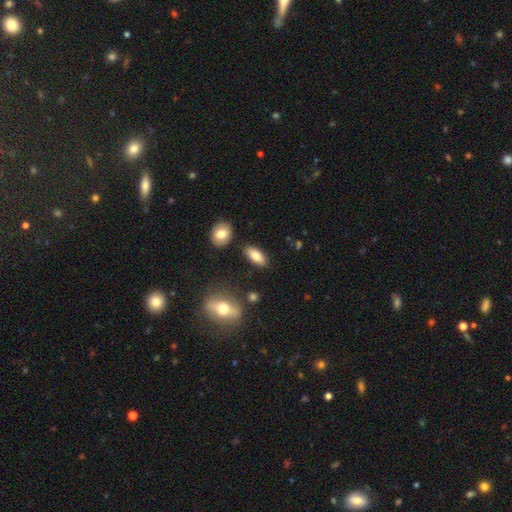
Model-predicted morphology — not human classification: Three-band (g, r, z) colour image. It shows a smooth galaxy with no disk features (78%) that is in between round and cigar-shaped (82%). Merging: none (84%).